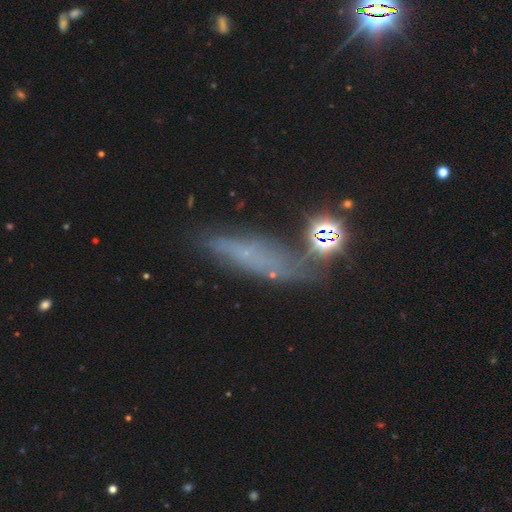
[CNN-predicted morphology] Smooth or featured: featured or disk — 39% (smooth — 36%)
Merging: none — 59% (minor disturbance — 21%)